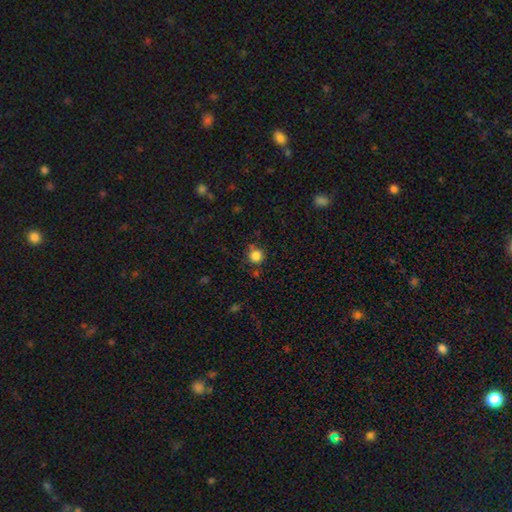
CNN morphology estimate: Smooth or featured? smooth (83%)
How rounded? round (92%)
Merging? none (75%)